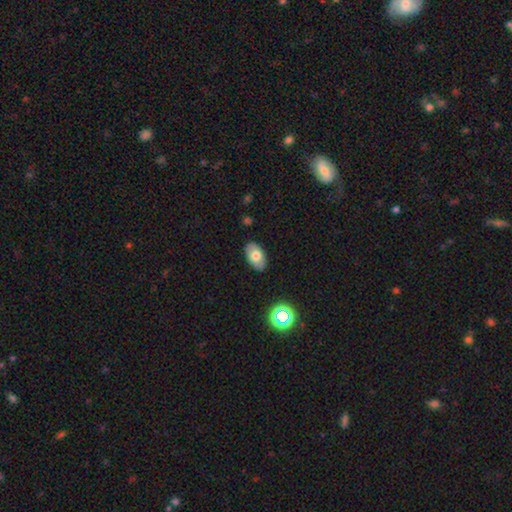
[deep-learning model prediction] Q: Smooth or featured?
A: smooth (68%); runner-up: featured or disk (23%)
Q: How rounded?
A: in between (93%); runner-up: round (6%)
Q: Merging?
A: none (86%); runner-up: minor disturbance (11%)